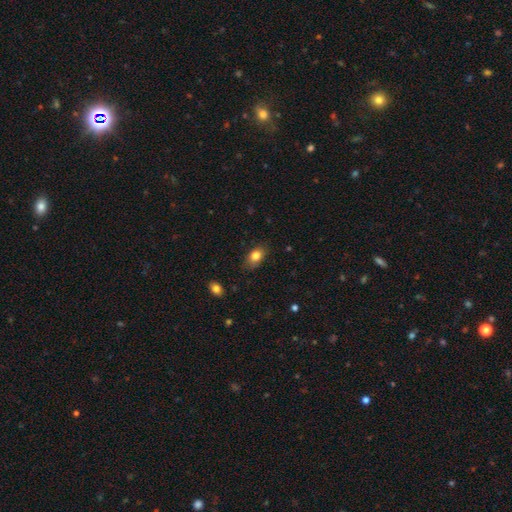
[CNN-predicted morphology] smooth_or_featured: smooth (p=0.82) [alt: featured or disk p=0.10]
how_rounded: in between (p=0.80) [alt: round p=0.18]
merging: none (p=0.79) [alt: minor disturbance p=0.16]